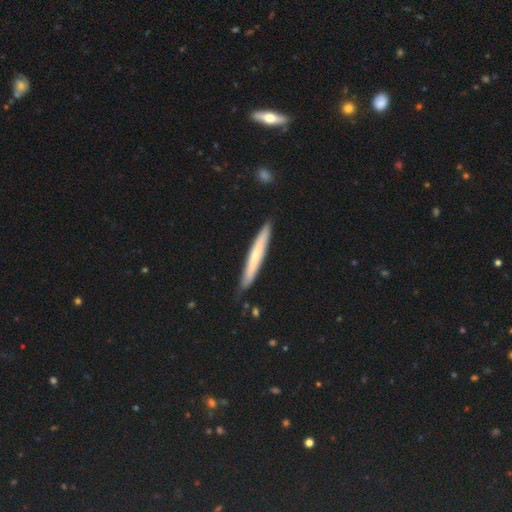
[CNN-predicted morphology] smooth_or_featured: smooth (p=0.56) [alt: featured or disk p=0.38]
how_rounded: cigar-shaped (p=0.96) [alt: in between p=0.03]
merging: none (p=0.87) [alt: minor disturbance p=0.10]